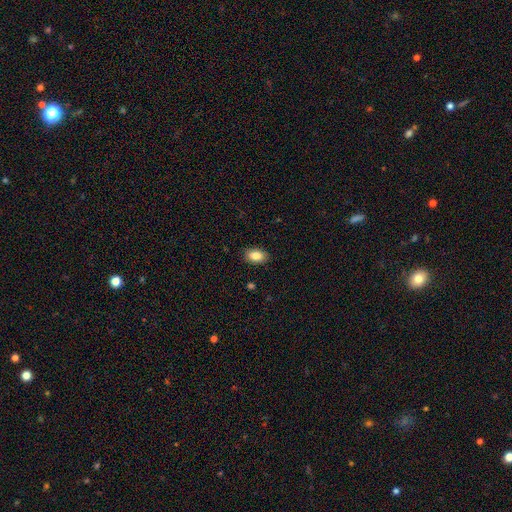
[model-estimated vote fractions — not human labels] Smooth or featured? smooth (84%)
How rounded? in between (88%)
Merging? none (88%)